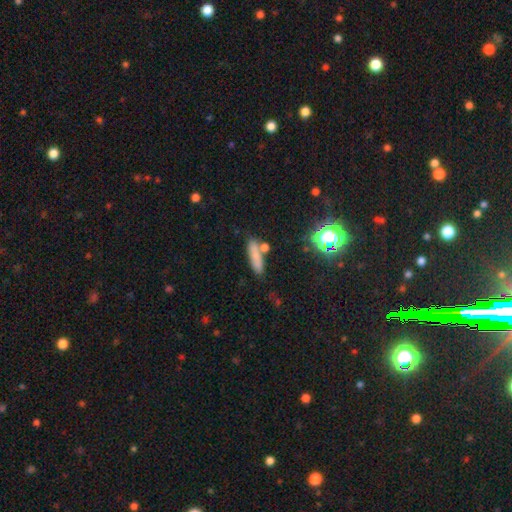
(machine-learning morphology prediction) type=smooth (75%); roundness=cigar-shaped (68%); merging=none (70%).